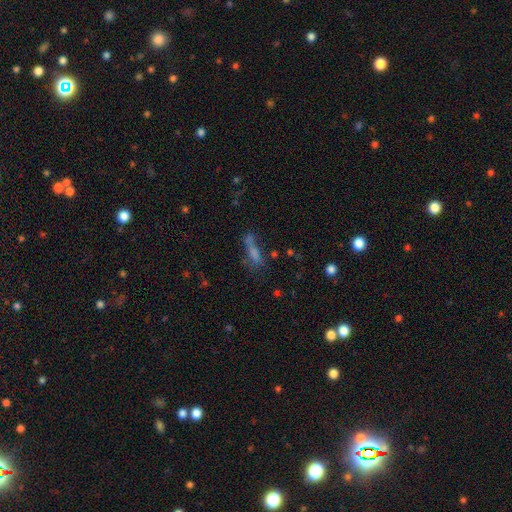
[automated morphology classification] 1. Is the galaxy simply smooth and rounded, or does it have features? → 53% smooth, 25% star or artifact, 23% featured or disk.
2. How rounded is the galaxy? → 55% cigar-shaped, 39% in between, 6% round.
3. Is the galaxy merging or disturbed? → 45% none, 20% merger, 18% minor disturbance, 17% major disturbance.